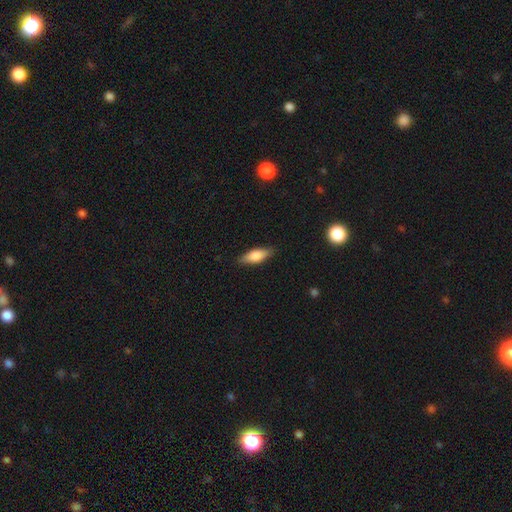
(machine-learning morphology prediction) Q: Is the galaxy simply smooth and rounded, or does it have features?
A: smooth — 71%.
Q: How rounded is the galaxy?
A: in between — 66%.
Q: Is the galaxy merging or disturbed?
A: none — 85%.